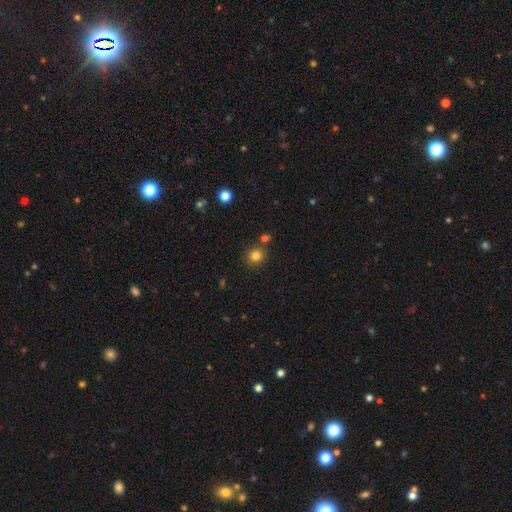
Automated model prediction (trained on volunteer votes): Smooth or featured? smooth (81%)
How rounded? round (89%)
Merging? none (79%)